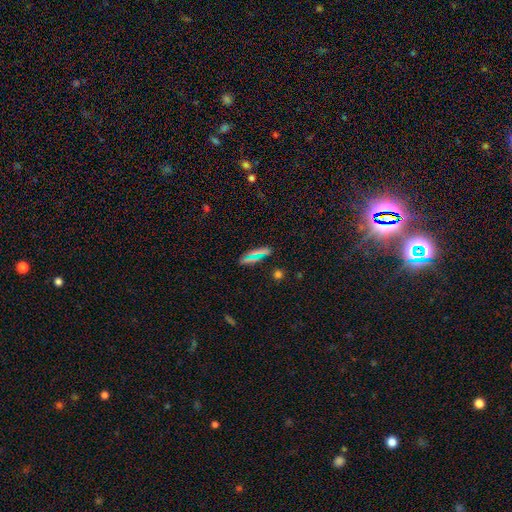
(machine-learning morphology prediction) This appears to be a smooth galaxy with no disk features (63%) that is cigar-shaped (51%). Merging: none (79%).